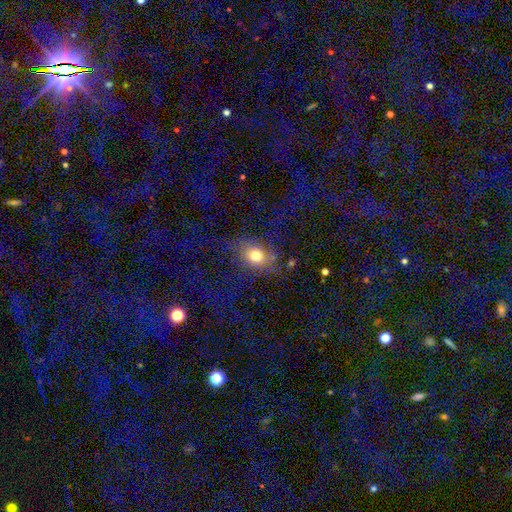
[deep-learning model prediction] Smooth or featured? smooth (70%)
How rounded? round (63%)
Merging? none (57%)